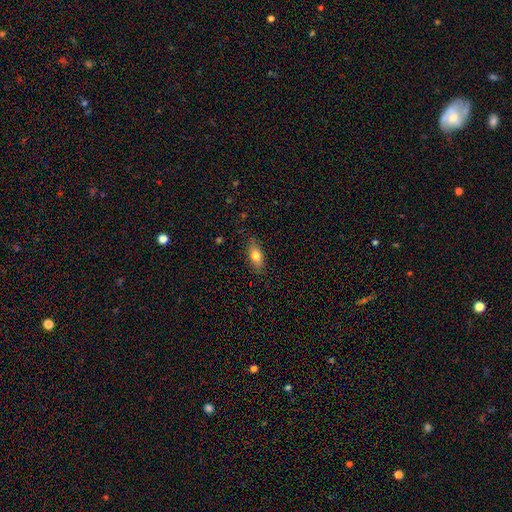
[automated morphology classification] smooth-or-featured: smooth: 74% | featured or disk: 19% | star or artifact: 8%
  how-rounded: in between: 78% | cigar-shaped: 16% | round: 5%
  merging: none: 83% | minor disturbance: 13% | major disturbance: 3% | merger: 1%